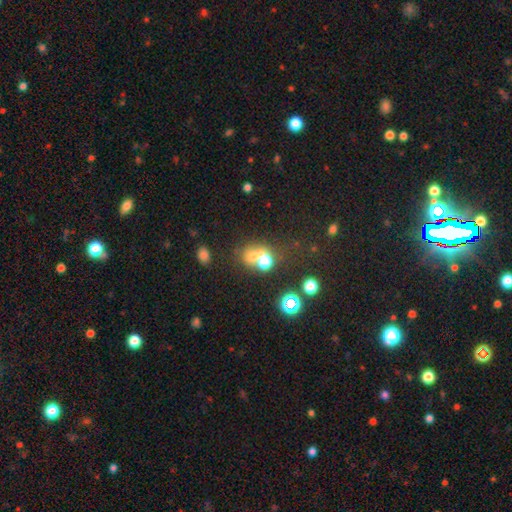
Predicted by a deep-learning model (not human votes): A smooth galaxy with no disk features (59%) that is round (65%). Merging: merger (45%).